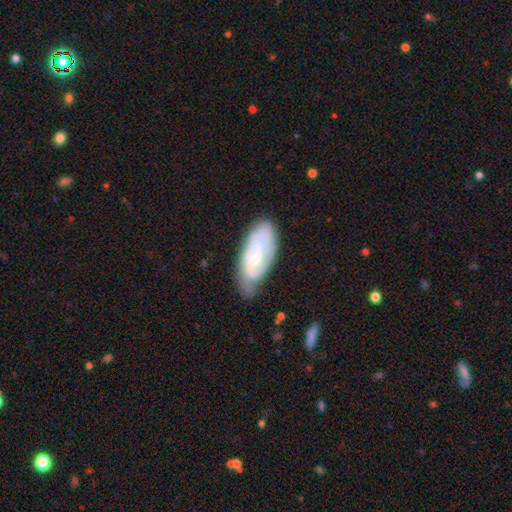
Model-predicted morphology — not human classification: Smooth or featured: featured or disk — 68% (smooth — 26%)
Edge-on disk: no — 92% (yes — 8%)
Bar: no — 57% (weak — 35%)
Spiral arms: yes — 84% (no — 16%)
Spiral winding: tight — 56% (medium — 33%)
Spiral arm count: 2 — 41% (can't tell — 39%)
Bulge size: small — 64% (moderate — 31%)
Merging: none — 65% (minor disturbance — 27%)